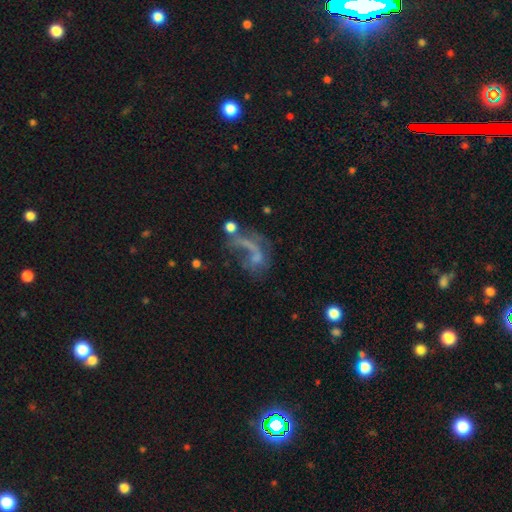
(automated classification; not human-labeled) Smooth or featured: featured or disk — 51% (smooth — 28%)
Edge-on disk: no — 94% (yes — 6%)
Merging: major disturbance — 43% (none — 26%)